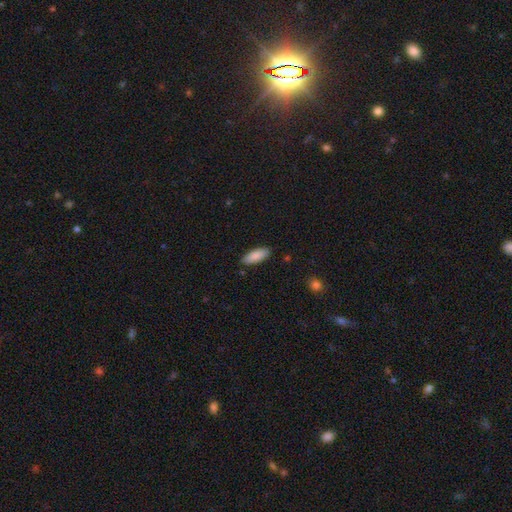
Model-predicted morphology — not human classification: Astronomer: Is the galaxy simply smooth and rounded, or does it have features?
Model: smooth — 87%.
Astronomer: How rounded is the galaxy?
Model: in between — 71%.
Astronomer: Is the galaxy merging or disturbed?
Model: none — 87%.